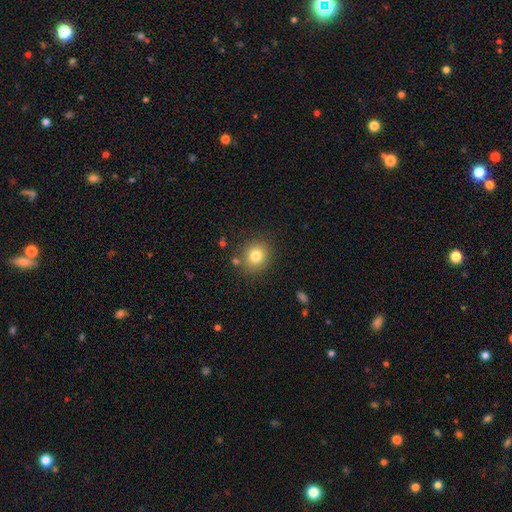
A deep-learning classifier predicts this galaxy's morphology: smooth_or_featured: smooth (p=0.79) [alt: star or artifact p=0.12]
how_rounded: round (p=0.83) [alt: in between p=0.16]
merging: none (p=0.83) [alt: minor disturbance p=0.09]